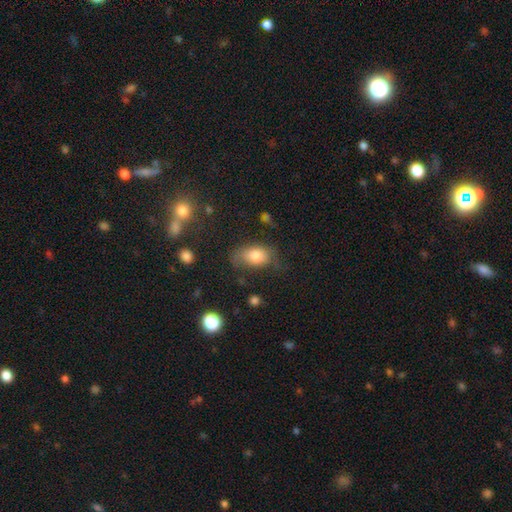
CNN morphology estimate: Smooth or featured?
  - smooth: 77% *
  - featured or disk: 14%
  - star or artifact: 9%
How rounded?
  - in between: 87% *
  - round: 11%
  - cigar-shaped: 2%
Merging?
  - none: 55% *
  - minor disturbance: 28%
  - major disturbance: 14%
  - merger: 3%